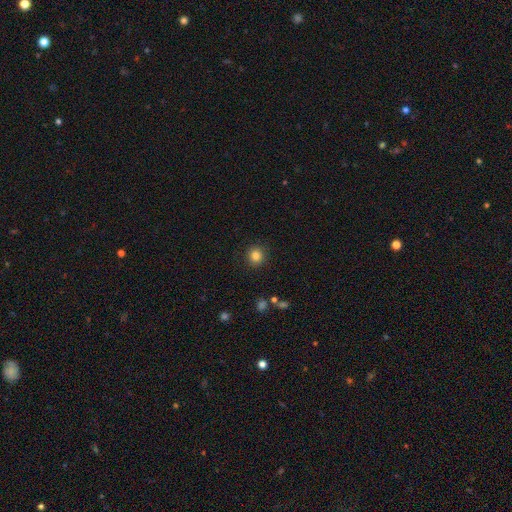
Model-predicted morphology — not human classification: Smooth or featured: smooth — 83% (star or artifact — 12%)
How rounded: round — 91% (in between — 8%)
Merging: none — 90% (minor disturbance — 6%)